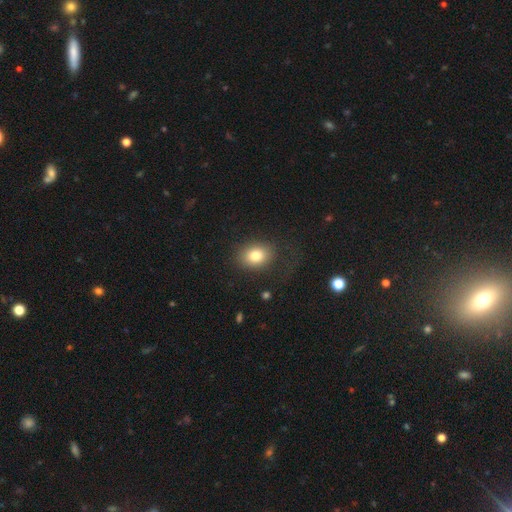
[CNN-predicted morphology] This appears to be a smooth galaxy with no disk features (80%) that is in between round and cigar-shaped (68%). Merging: none (74%).